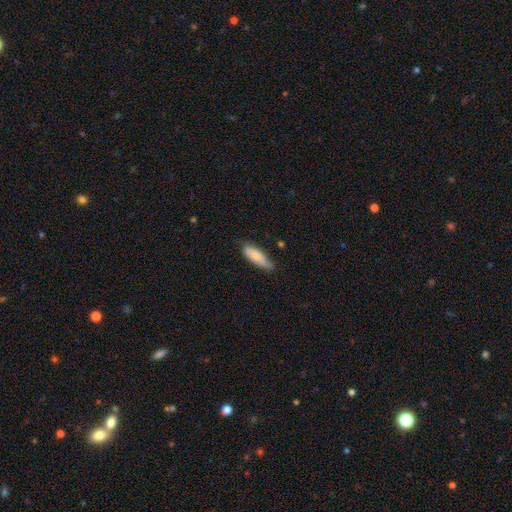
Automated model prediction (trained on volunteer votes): Smooth or featured? Predicted: smooth (p=0.77). How rounded? Predicted: in between (p=0.60). Merging? Predicted: none (p=0.62).